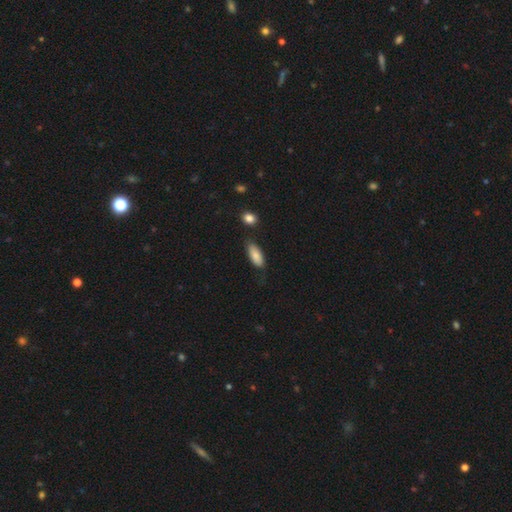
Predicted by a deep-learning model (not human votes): Morphology: type=smooth (85%); roundness=in between (82%); merging=none (70%).